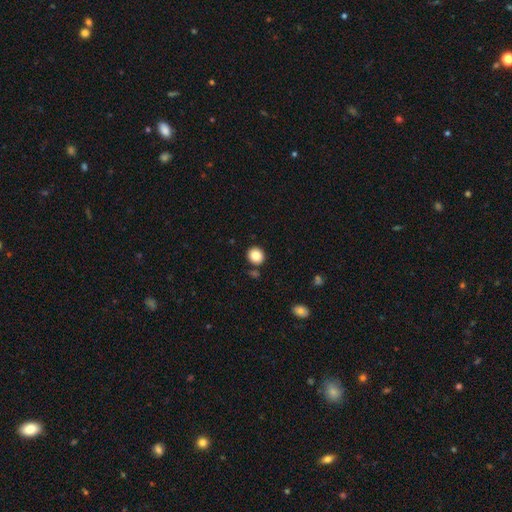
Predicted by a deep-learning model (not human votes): smooth_or_featured: smooth (p=0.85) [alt: star or artifact p=0.09]
how_rounded: round (p=0.82) [alt: in between p=0.18]
merging: none (p=0.85) [alt: minor disturbance p=0.07]